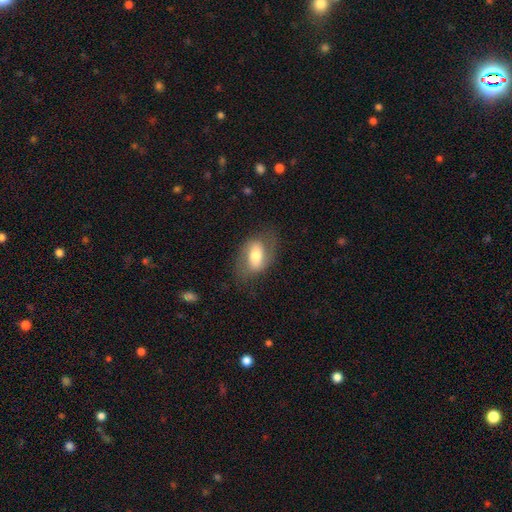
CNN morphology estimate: A featured or disk galaxy (49%). Merging: none (67%).